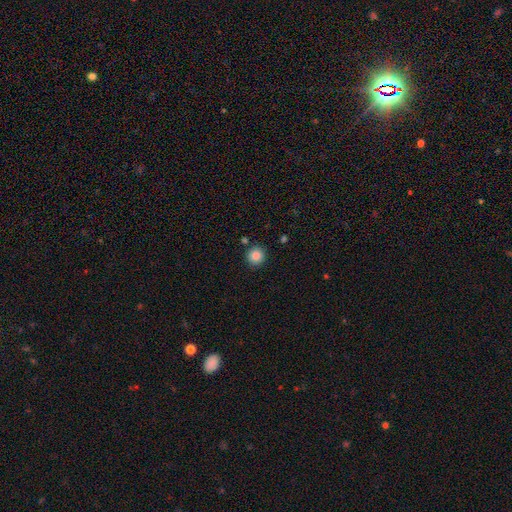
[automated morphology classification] Smooth or featured? smooth (86%)
How rounded? round (93%)
Merging? none (88%)